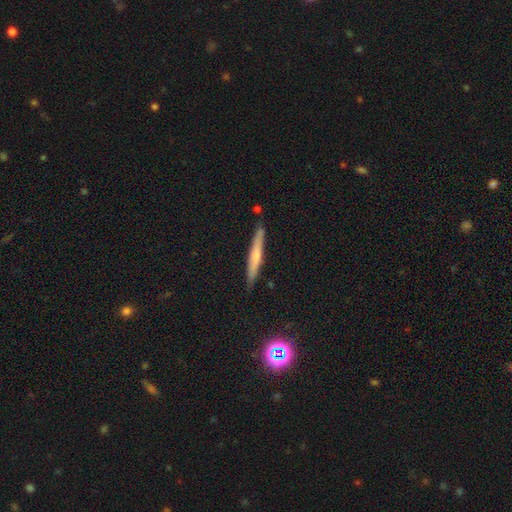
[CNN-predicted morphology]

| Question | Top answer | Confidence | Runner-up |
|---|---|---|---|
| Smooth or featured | smooth | 49% | featured or disk (44%) |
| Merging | none | 86% | minor disturbance (10%) |